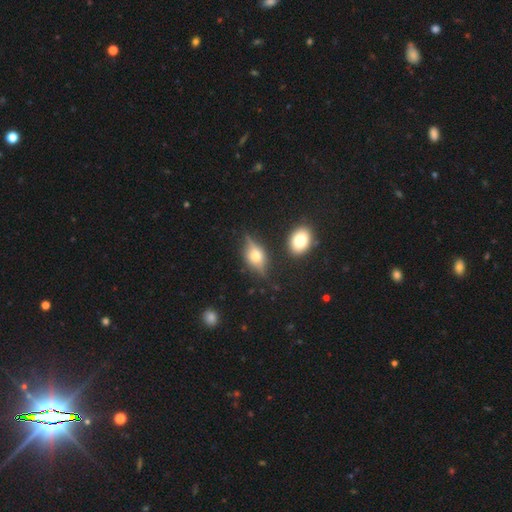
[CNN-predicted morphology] This appears to be a featured or disk galaxy (60%) viewed edge-on (89%) with a rounded central bulge (94%). Merging: none (75%).